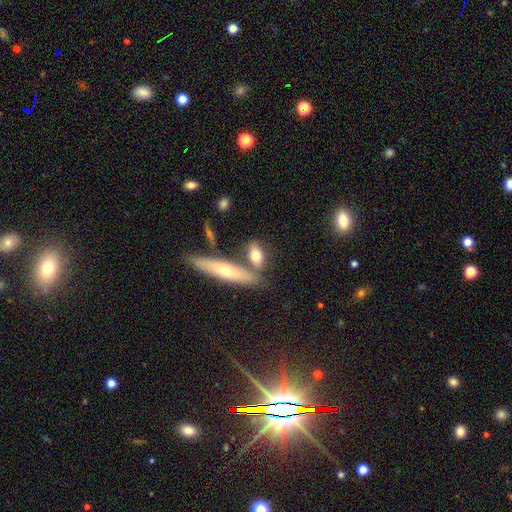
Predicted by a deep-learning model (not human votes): Smooth or featured? Predicted: smooth (p=0.71). How rounded? Predicted: in between (p=0.66). Merging? Predicted: none (p=0.57).